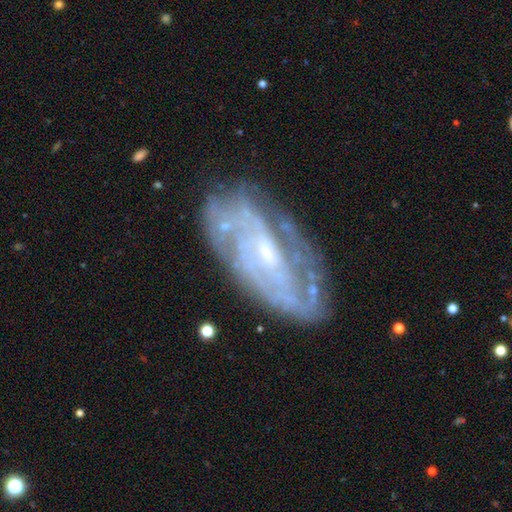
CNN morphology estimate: Smooth or featured? Predicted: featured or disk (p=0.80). Edge-on disk? Predicted: no (p=0.92). Bar? Predicted: no (p=0.44, tied with weak). Spiral arms? Predicted: yes (p=0.82). Spiral winding? Predicted: tight (p=0.55). Spiral arm count? Predicted: can't tell (p=0.50). Bulge size? Predicted: small (p=0.47). Merging? Predicted: none (p=0.70).